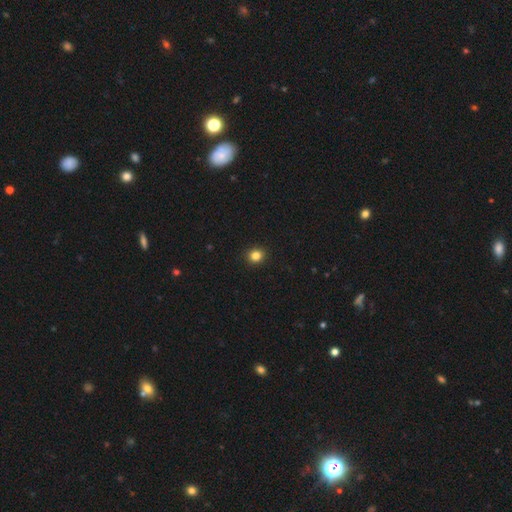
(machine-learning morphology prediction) This appears to be a smooth galaxy with no disk features (84%) that is round (85%). Merging: none (93%).